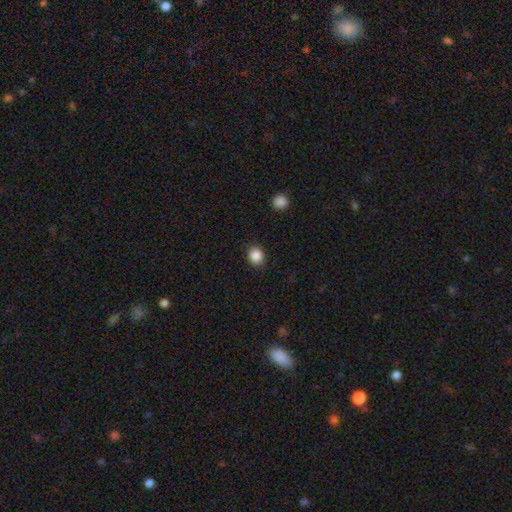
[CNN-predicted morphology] A smooth galaxy with no disk features (87%) that is round (68%). Merging: none (90%).